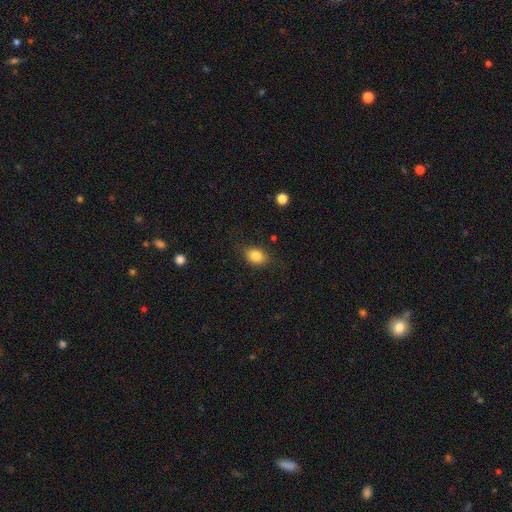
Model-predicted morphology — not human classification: Smooth or featured: smooth — 84% (star or artifact — 9%)
How rounded: in between — 75% (round — 23%)
Merging: none — 79% (minor disturbance — 16%)